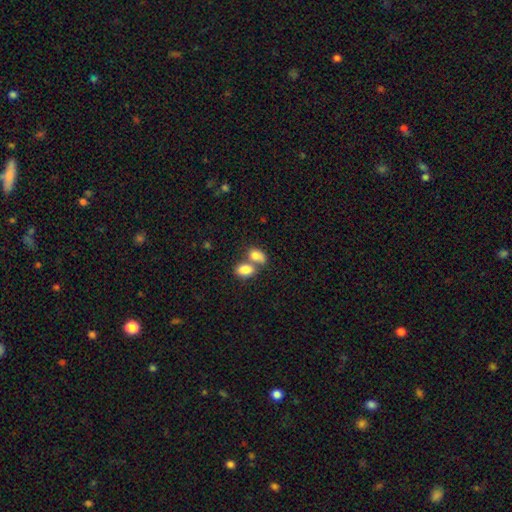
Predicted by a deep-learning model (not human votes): A smooth galaxy with no disk features (82%) that is in between round and cigar-shaped (85%).

Vote fractions:
- Smooth or featured? smooth: 82% / featured or disk: 10% / star or artifact: 8%
- How rounded? in between: 85% / round: 12% / cigar-shaped: 2%
- Merging? merger: 61% / none: 27% / minor disturbance: 8% / major disturbance: 4%